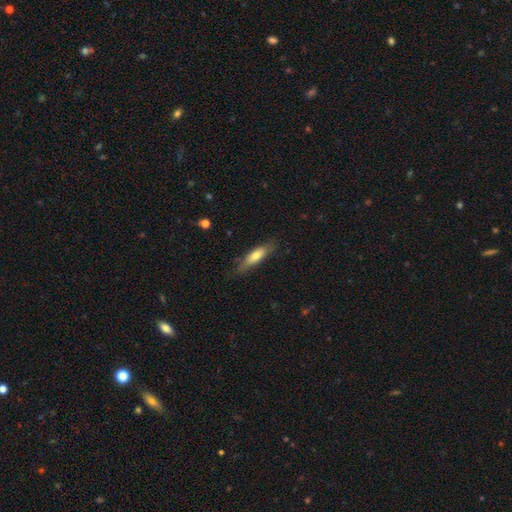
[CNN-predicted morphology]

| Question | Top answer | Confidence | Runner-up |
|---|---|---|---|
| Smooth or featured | smooth | 69% | featured or disk (25%) |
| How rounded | cigar-shaped | 62% | in between (36%) |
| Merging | none | 74% | minor disturbance (20%) |